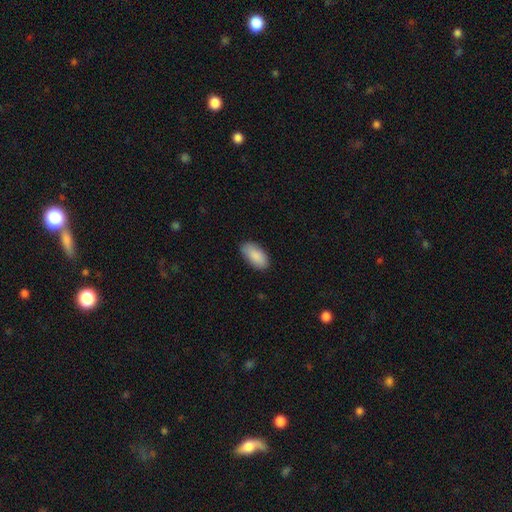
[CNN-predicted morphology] The model was most divided on "merging": none: 83%, minor disturbance: 13%, major disturbance: 2%, merger: 1%. More confident: how rounded — in between (94%); smooth or featured — smooth (89%).